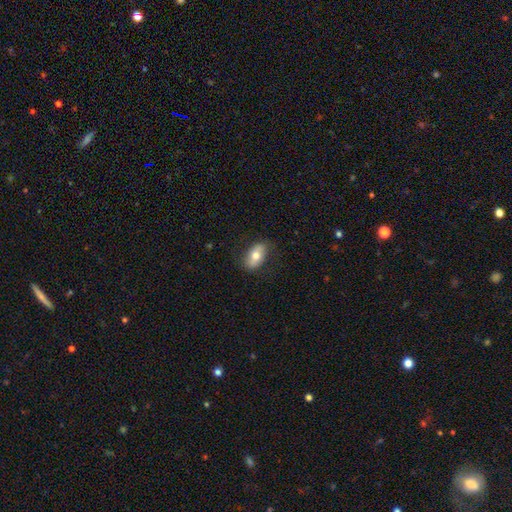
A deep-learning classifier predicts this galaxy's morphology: type=smooth (71%); roundness=in between (90%); merging=none (81%).